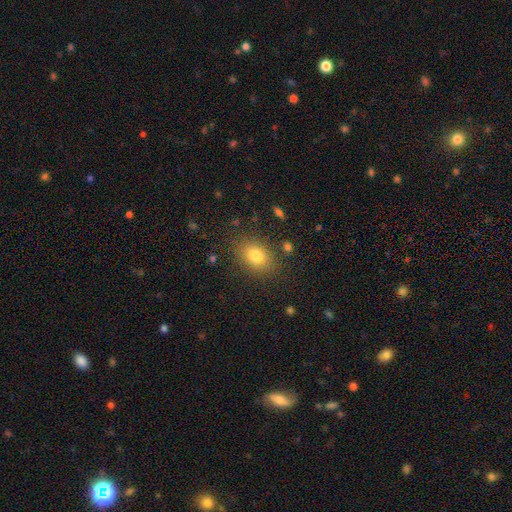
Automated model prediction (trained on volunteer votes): Q: Smooth or featured?
A: smooth (80%); runner-up: star or artifact (11%)
Q: How rounded?
A: in between (71%); runner-up: round (28%)
Q: Merging?
A: none (83%); runner-up: minor disturbance (11%)